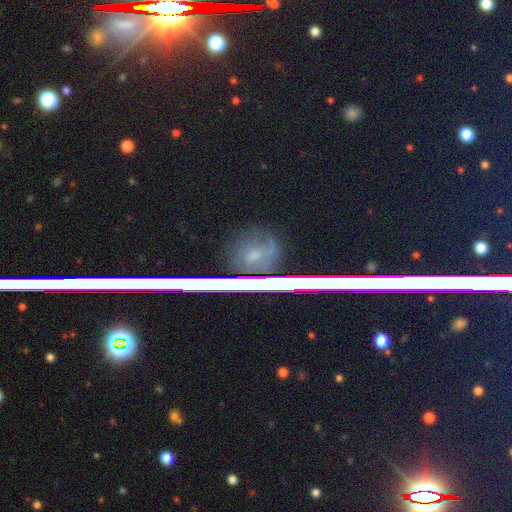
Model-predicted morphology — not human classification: A star or artifact, not a galaxy (49%).

Vote fractions:
- Smooth or featured? star or artifact: 49% / featured or disk: 26% / smooth: 25%